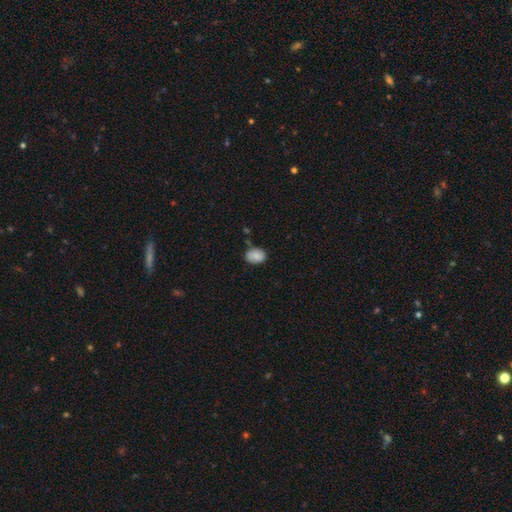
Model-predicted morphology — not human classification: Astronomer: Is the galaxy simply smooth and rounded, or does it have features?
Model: smooth — 86%.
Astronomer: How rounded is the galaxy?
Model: in between — 69%.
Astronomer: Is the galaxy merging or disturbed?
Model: none — 75%.